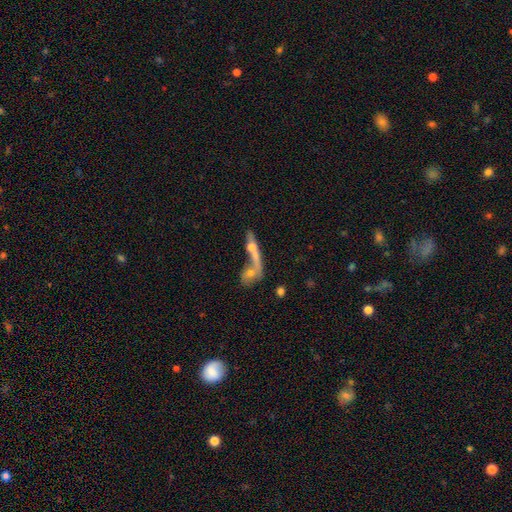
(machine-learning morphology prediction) This is marginally a featured or disk galaxy (44%). Merging: possibly merger (53%).